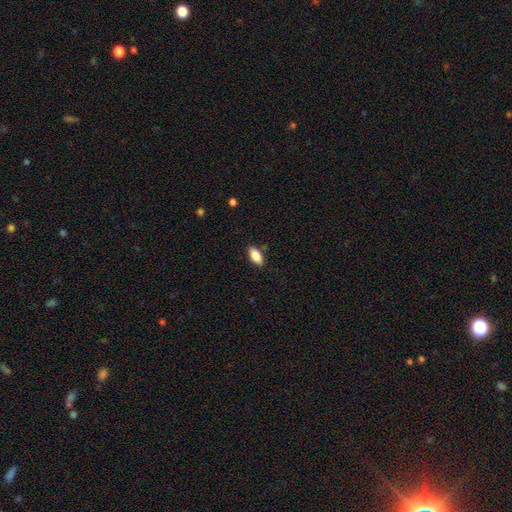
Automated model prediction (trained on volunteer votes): Morphology: type=smooth (84%); roundness=in between (89%); merging=none (85%).